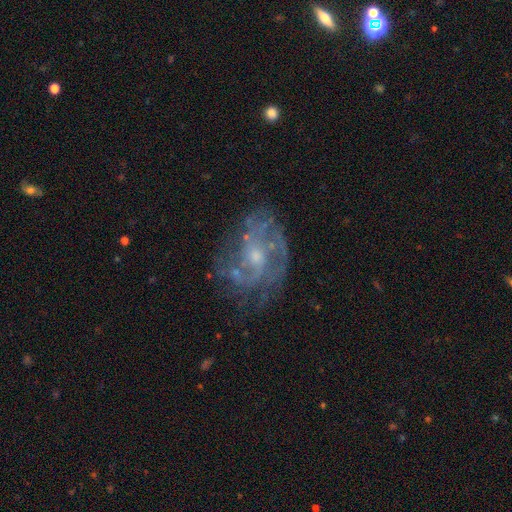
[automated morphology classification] smooth-or-featured: featured or disk: 78% | smooth: 12% | star or artifact: 10%
  disk-edge-on: no: 97% | yes: 3%
    bar: no: 67% | weak: 28% | strong: 5%
    has-spiral-arms: yes: 79% | no: 21%
      spiral-winding: medium: 42% | tight: 37% | loose: 21%
      spiral-arm-count: can't tell: 40% | 2: 24% | 3: 18% | 4: 8% | 1: 6% | more than 4: 5%
    bulge-size: small: 53% | moderate: 38% | none: 6% | large: 2% | dominant: 1%
  merging: none: 59% | minor disturbance: 21% | major disturbance: 17% | merger: 3%